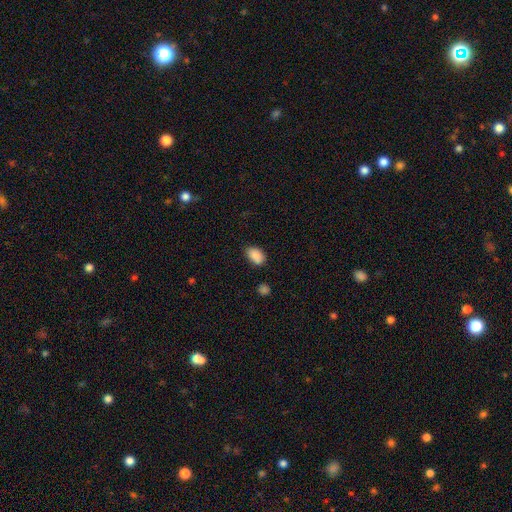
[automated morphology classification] Overall: smooth (88%). How rounded: in between (89%). Merging: none (77%).